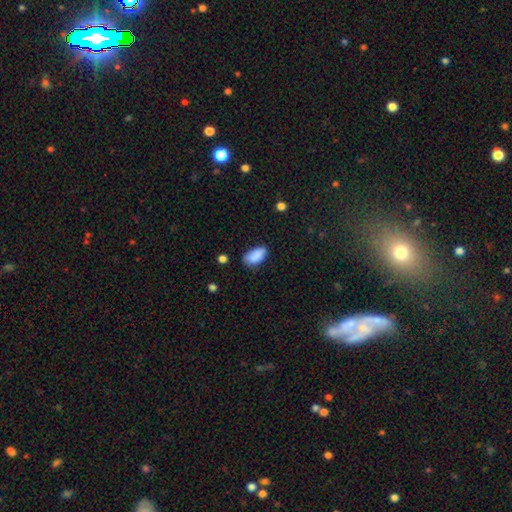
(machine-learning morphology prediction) A smooth galaxy with no disk features (87%) that is in between round and cigar-shaped (93%).

Vote fractions:
- Smooth or featured? smooth: 87% / star or artifact: 7% / featured or disk: 6%
- How rounded? in between: 93% / round: 4% / cigar-shaped: 3%
- Merging? none: 61% / minor disturbance: 30% / major disturbance: 6% / merger: 3%